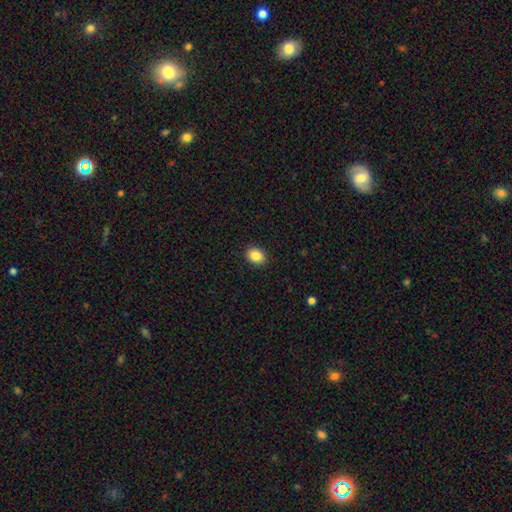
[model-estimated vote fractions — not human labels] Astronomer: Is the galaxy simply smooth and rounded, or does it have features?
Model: smooth — 86%.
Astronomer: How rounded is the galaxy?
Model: in between — 56% (runner-up: round, 43%).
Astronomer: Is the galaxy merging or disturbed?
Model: none — 91%.